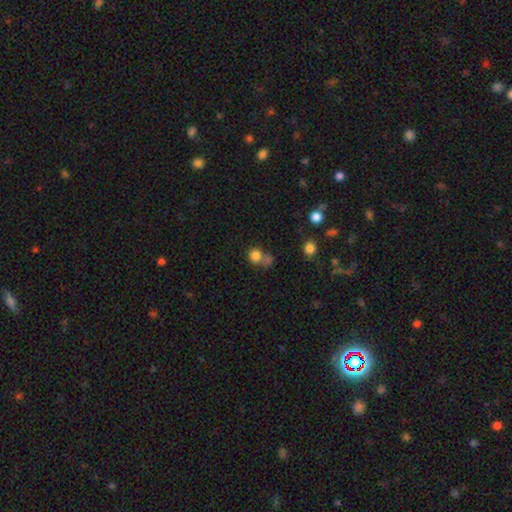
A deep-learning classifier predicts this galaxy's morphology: smooth-or-featured: smooth: 80% | star or artifact: 12% | featured or disk: 8%
  how-rounded: round: 82% | in between: 17% | cigar-shaped: 1%
  merging: none: 45% | merger: 35% | minor disturbance: 12% | major disturbance: 8%